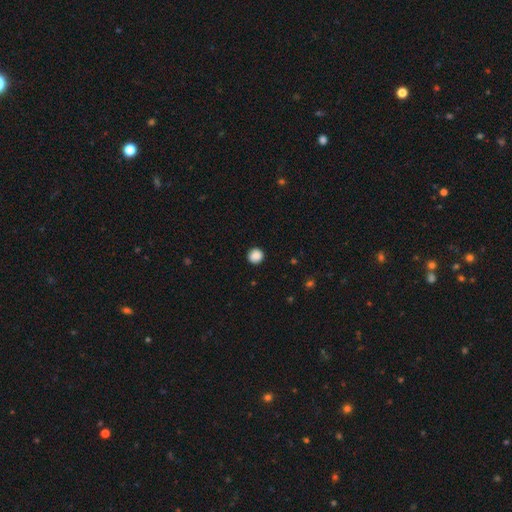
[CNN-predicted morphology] This appears to be a smooth galaxy with no disk features (88%) that is round (91%). Merging: none (91%).